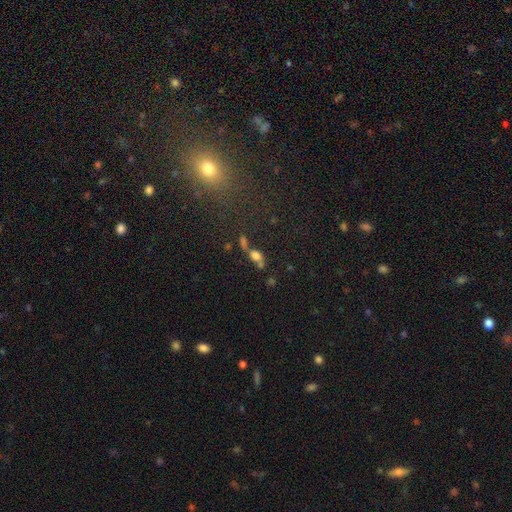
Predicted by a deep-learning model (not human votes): smooth-or-featured: smooth: 67% | featured or disk: 18% | star or artifact: 15%
  how-rounded: in between: 73% | round: 19% | cigar-shaped: 8%
  merging: merger: 44% | none: 34% | minor disturbance: 13% | major disturbance: 9%